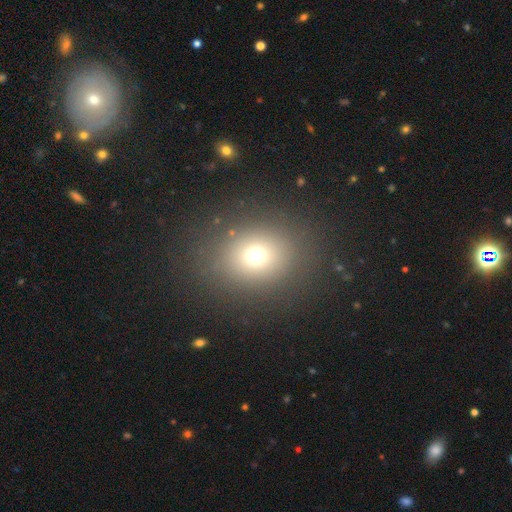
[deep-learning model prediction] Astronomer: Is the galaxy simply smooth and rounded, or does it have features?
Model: smooth — 70%.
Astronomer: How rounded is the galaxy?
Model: round — 64%.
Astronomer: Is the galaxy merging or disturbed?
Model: none — 85%.